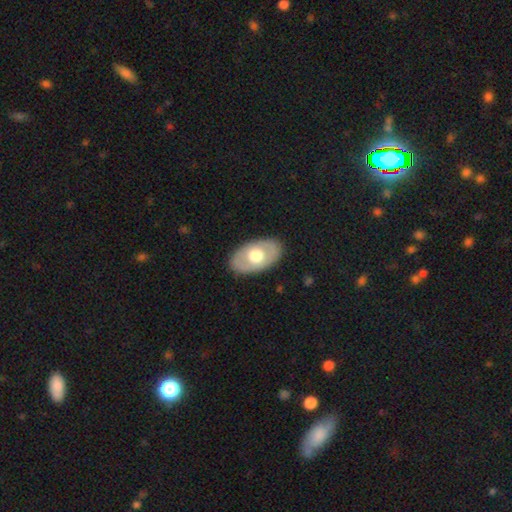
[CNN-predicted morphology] This is possibly a smooth galaxy (54%). How rounded: clearly in between (91%). Merging: clearly none (86%).